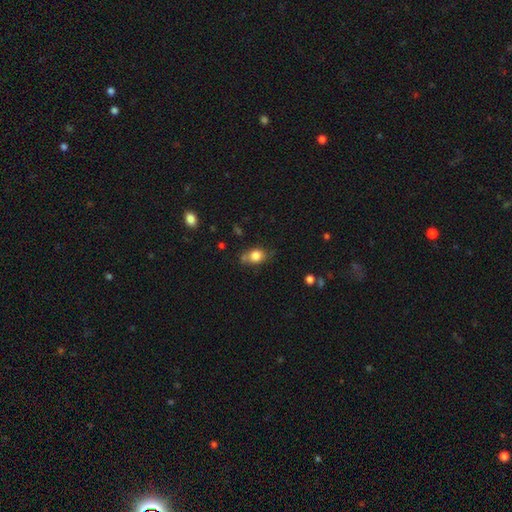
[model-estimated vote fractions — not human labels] smooth-or-featured: smooth: 80% | featured or disk: 10% | star or artifact: 9%
  how-rounded: in between: 58% | round: 40% | cigar-shaped: 2%
  merging: none: 62% | minor disturbance: 25% | merger: 7% | major disturbance: 6%